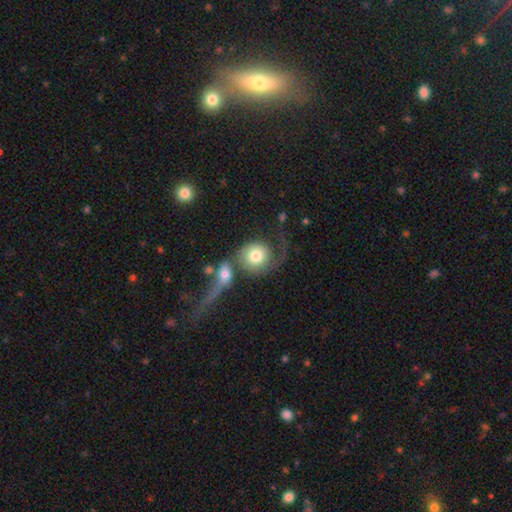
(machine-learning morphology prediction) smooth_or_featured: smooth (p=0.53) [alt: featured or disk p=0.40]
how_rounded: round (p=0.81) [alt: in between p=0.18]
merging: merger (p=0.45) [alt: major disturbance p=0.24]